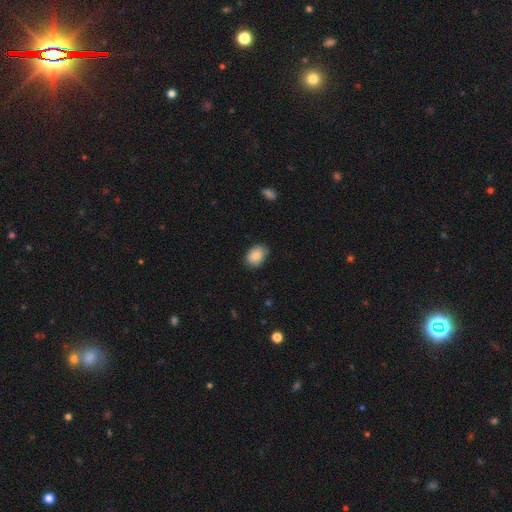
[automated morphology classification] Smooth or featured? Predicted: smooth (p=0.83). How rounded? Predicted: in between (p=0.75). Merging? Predicted: none (p=0.79).